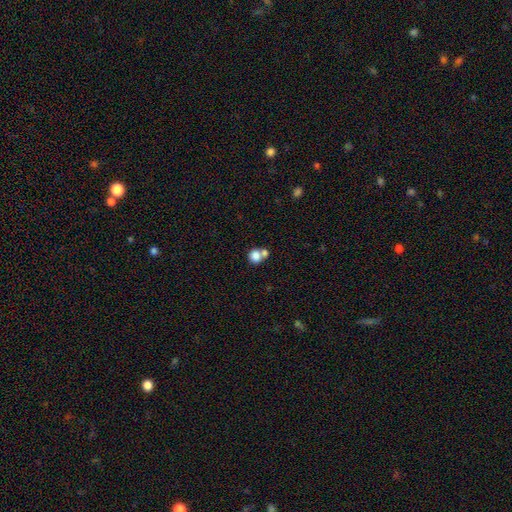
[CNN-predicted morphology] smooth_or_featured: smooth (p=0.81) [alt: star or artifact p=0.10]
how_rounded: round (p=0.80) [alt: in between p=0.19]
merging: merger (p=0.44) [tied with: none p=0.44]